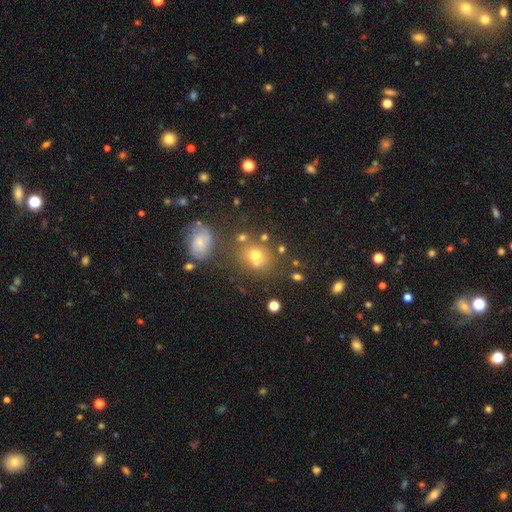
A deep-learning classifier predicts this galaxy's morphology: Q: Smooth or featured?
A: smooth (63%); runner-up: star or artifact (19%)
Q: How rounded?
A: round (71%); runner-up: in between (28%)
Q: Merging?
A: none (60%); runner-up: merger (21%)